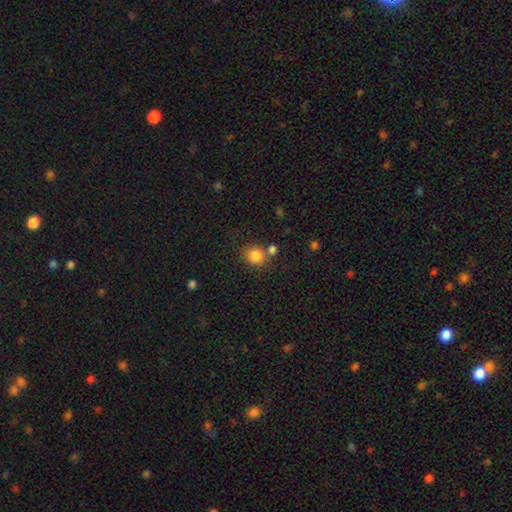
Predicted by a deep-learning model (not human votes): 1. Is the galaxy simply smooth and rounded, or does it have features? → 85% smooth, 10% star or artifact, 5% featured or disk.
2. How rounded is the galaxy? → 83% round, 16% in between, 1% cigar-shaped.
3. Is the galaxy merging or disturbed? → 67% none, 19% merger, 11% minor disturbance, 4% major disturbance.